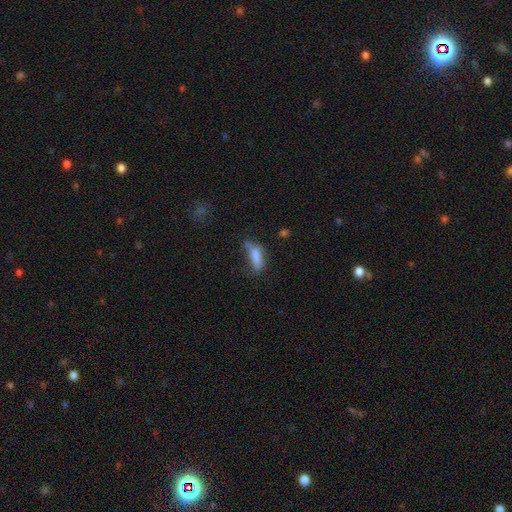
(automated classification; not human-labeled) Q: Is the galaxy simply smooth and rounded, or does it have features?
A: smooth — 73%.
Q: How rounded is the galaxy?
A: in between — 55%.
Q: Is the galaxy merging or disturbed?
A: none — 35%.